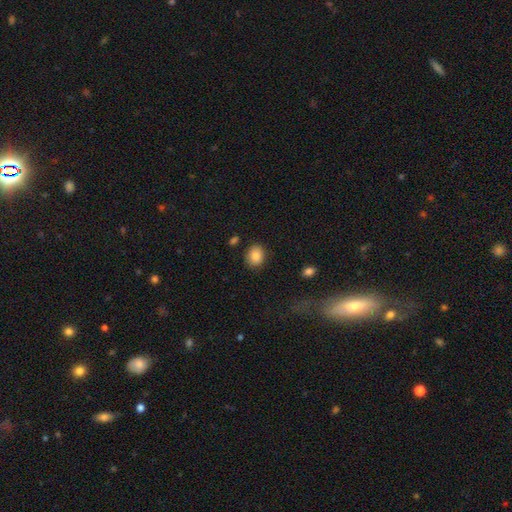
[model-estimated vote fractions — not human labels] Smooth or featured: smooth — 87% (star or artifact — 8%)
How rounded: round — 55% (in between — 45%)
Merging: none — 84% (minor disturbance — 11%)